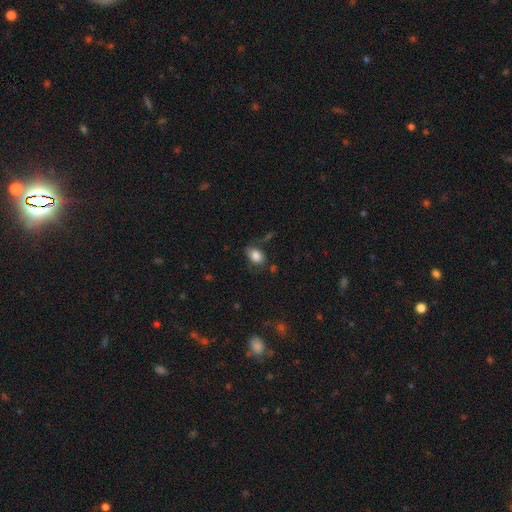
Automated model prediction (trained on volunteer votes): A smooth galaxy with no disk features (82%) that is in between round and cigar-shaped (82%).

Vote fractions:
- Smooth or featured? smooth: 82% / featured or disk: 9% / star or artifact: 9%
- How rounded? in between: 82% / round: 17% / cigar-shaped: 1%
- Merging? none: 67% / minor disturbance: 21% / major disturbance: 8% / merger: 4%